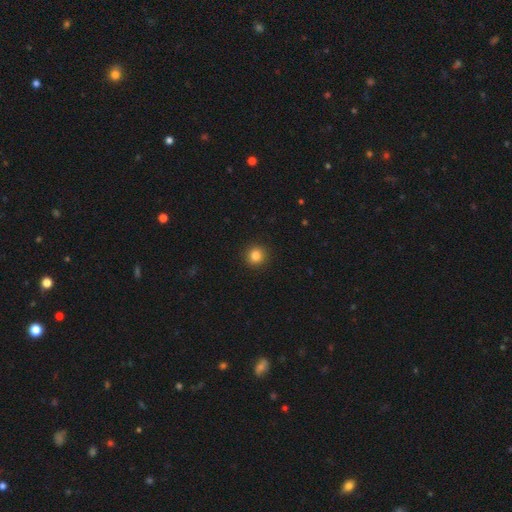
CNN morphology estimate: The model was most divided on "smooth or featured": smooth: 84%, star or artifact: 11%, featured or disk: 5%. More confident: merging — none (92%); how rounded — round (92%).